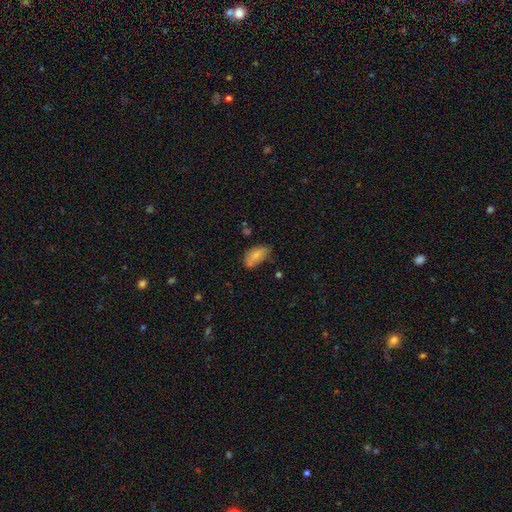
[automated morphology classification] Smooth or featured?
  - smooth: 77% *
  - featured or disk: 15%
  - star or artifact: 8%
How rounded?
  - in between: 91% *
  - cigar-shaped: 6%
  - round: 3%
Merging?
  - none: 56% *
  - minor disturbance: 32%
  - major disturbance: 7%
  - merger: 5%